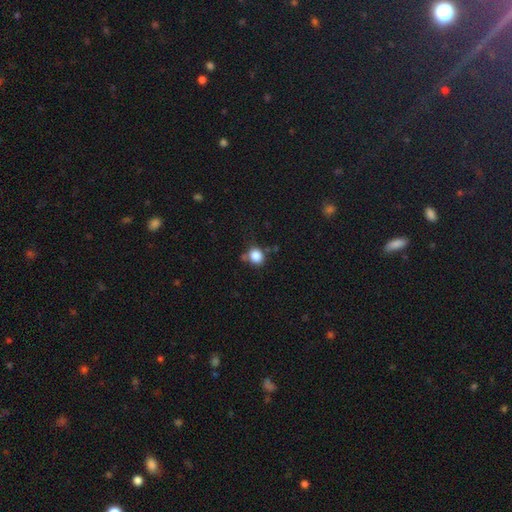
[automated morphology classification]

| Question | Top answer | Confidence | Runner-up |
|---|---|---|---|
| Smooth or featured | smooth | 84% | star or artifact (11%) |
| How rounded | round | 75% | in between (24%) |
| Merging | none | 67% | minor disturbance (18%) |